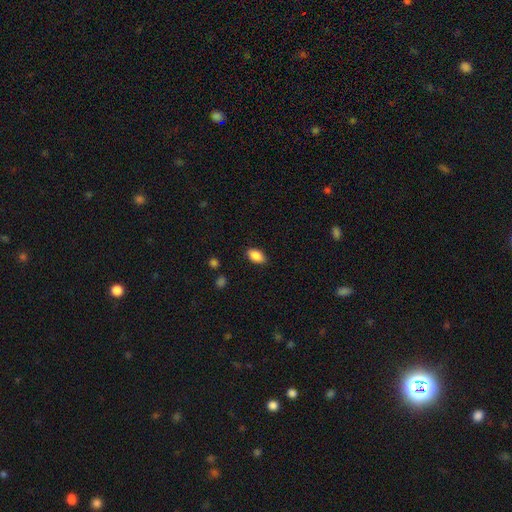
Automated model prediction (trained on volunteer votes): Q: Smooth or featured?
A: smooth (88%); runner-up: star or artifact (8%)
Q: How rounded?
A: in between (92%); runner-up: round (5%)
Q: Merging?
A: none (86%); runner-up: minor disturbance (10%)